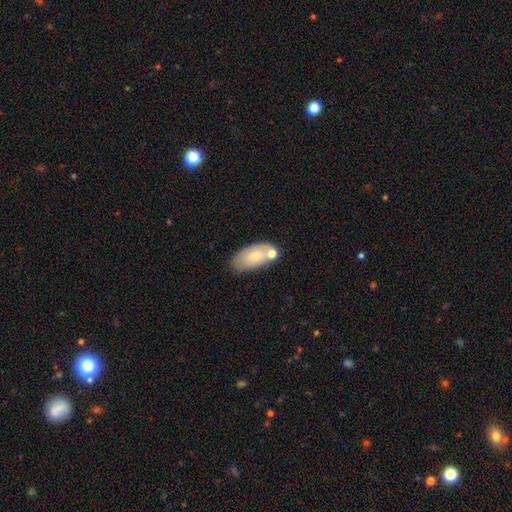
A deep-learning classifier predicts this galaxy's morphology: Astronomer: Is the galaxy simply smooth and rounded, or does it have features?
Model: smooth — 71%.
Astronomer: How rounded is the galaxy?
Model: in between — 93%.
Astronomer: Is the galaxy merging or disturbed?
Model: none — 55%.